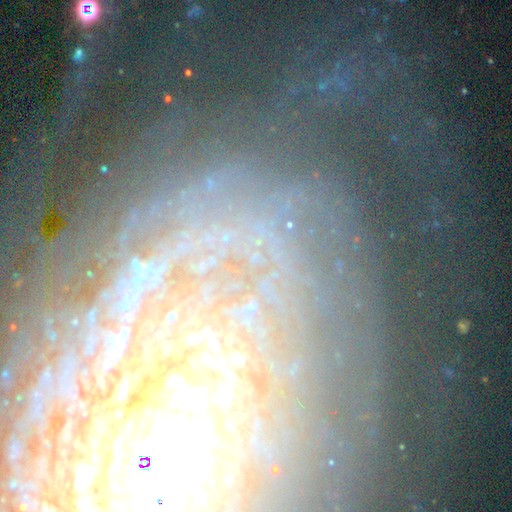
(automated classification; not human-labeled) Q: Smooth or featured?
A: featured or disk (58%); runner-up: star or artifact (30%)
Q: Edge-on disk?
A: no (91%); runner-up: yes (9%)
Q: Bar?
A: no (73%); runner-up: weak (16%)
Q: Spiral arms?
A: yes (76%); runner-up: no (24%)
Q: Bulge size?
A: small (39%); runner-up: moderate (31%)
Q: Merging?
A: none (67%); runner-up: minor disturbance (15%)